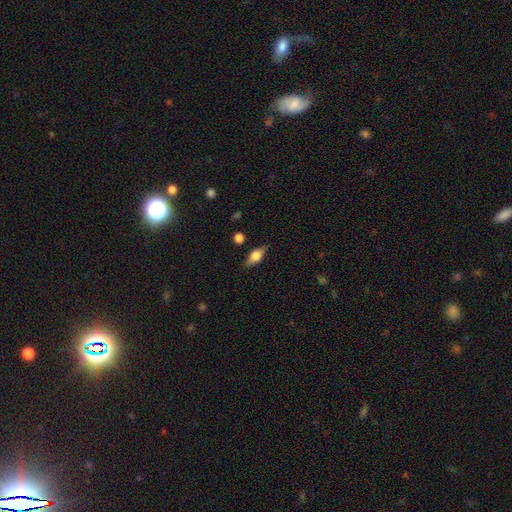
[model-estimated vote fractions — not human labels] This is possibly a smooth galaxy (54%). How rounded: likely in between (72%). Merging: clearly none (82%).